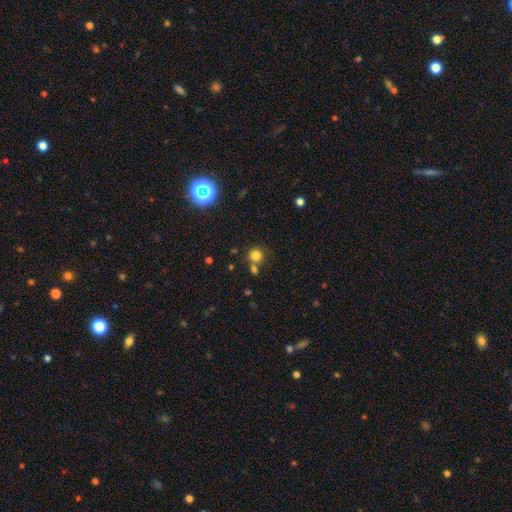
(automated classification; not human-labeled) The model was most divided on "merging": none: 69%, merger: 19%, minor disturbance: 9%, major disturbance: 3%. More confident: how rounded — round (92%); smooth or featured — smooth (78%).